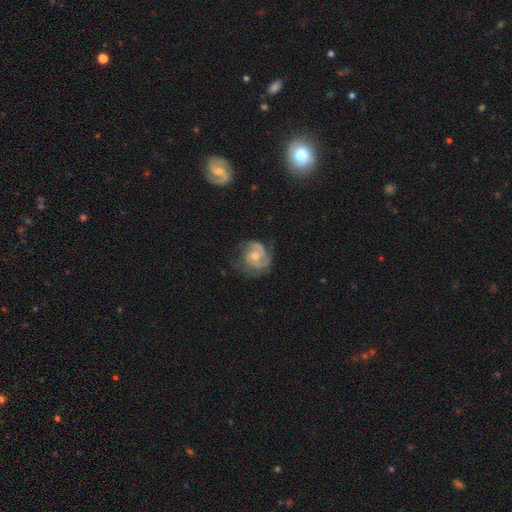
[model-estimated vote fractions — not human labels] This is likely a featured or disk galaxy (76%). It is clearly not viewed edge-on (98%). Bar: likely no (68%). Spiral arm pattern: clearly yes (90%). Spiral arm count: possibly 2 (46%). Spiral winding: marginally tight (45%). Central bulge: possibly moderate (55%). Merging: possibly none (56%).